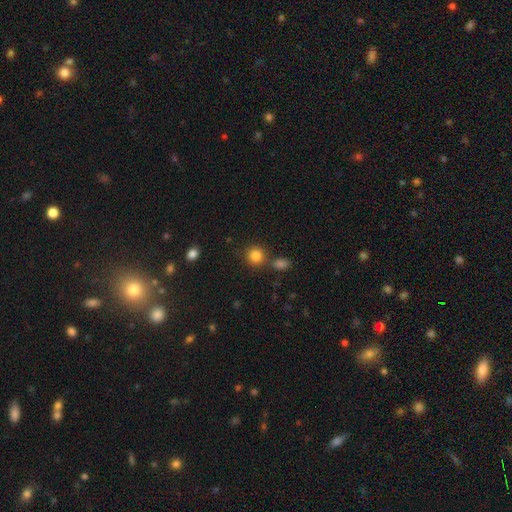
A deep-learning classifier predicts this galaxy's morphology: A smooth galaxy with no disk features (84%) that is round (88%). Merging: none (74%).